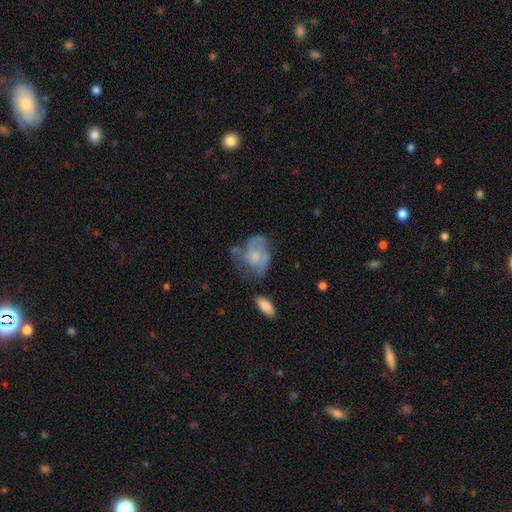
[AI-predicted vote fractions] smooth-or-featured: featured or disk: 48% | smooth: 43% | star or artifact: 9%
  merging: none: 38% | minor disturbance: 27% | major disturbance: 27% | merger: 8%